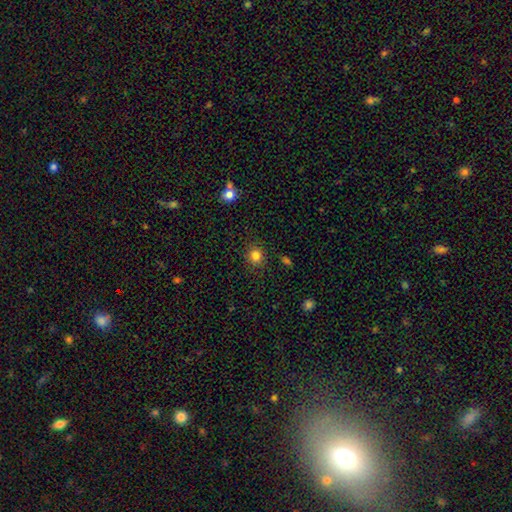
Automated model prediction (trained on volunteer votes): smooth 83%, star or artifact 12%, featured or disk 5%. Down the decision tree: how rounded — round (83%); merging — none (87%).